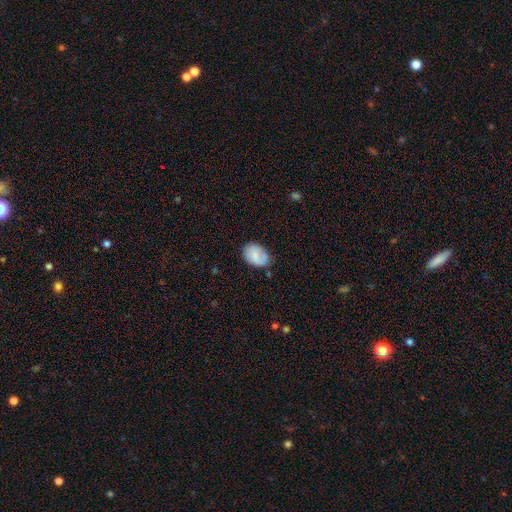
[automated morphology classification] Q: Smooth or featured?
A: smooth (76%); runner-up: featured or disk (17%)
Q: How rounded?
A: in between (77%); runner-up: round (22%)
Q: Merging?
A: none (66%); runner-up: minor disturbance (26%)